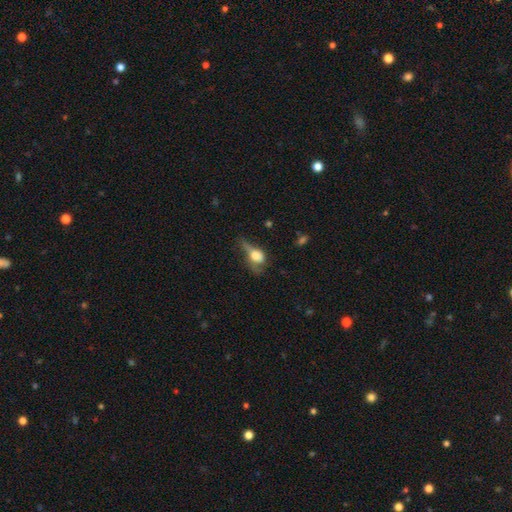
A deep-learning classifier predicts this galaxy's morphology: Q: Smooth or featured?
A: smooth (60%); runner-up: featured or disk (30%)
Q: How rounded?
A: in between (69%); runner-up: round (23%)
Q: Merging?
A: major disturbance (48%); runner-up: minor disturbance (27%)